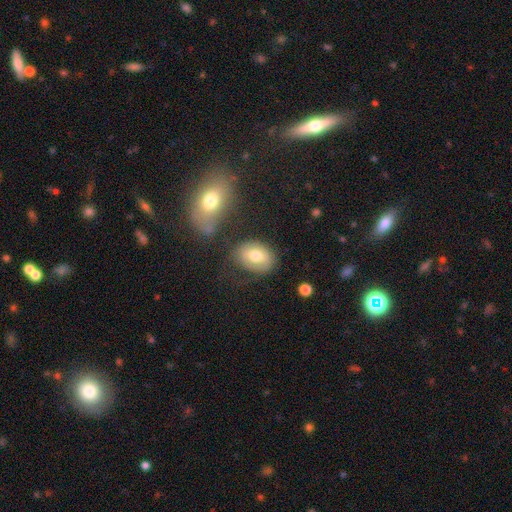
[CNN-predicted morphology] Smooth or featured? Predicted: smooth (p=0.67). How rounded? Predicted: in between (p=0.72). Merging? Predicted: none (p=0.68).